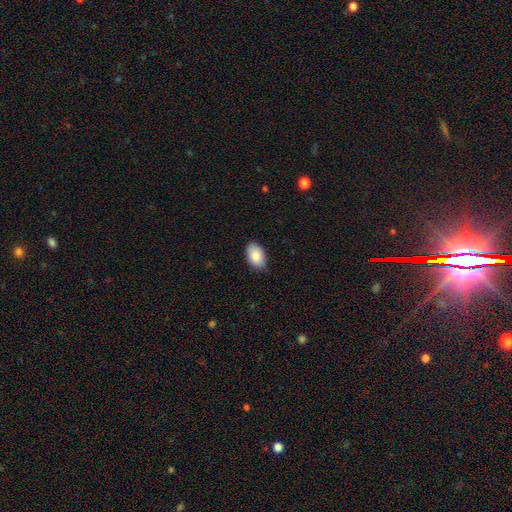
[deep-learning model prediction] The model was most divided on "merging": none: 76%, minor disturbance: 20%, major disturbance: 3%, merger: 1%. More confident: how rounded — in between (92%); smooth or featured — smooth (86%).